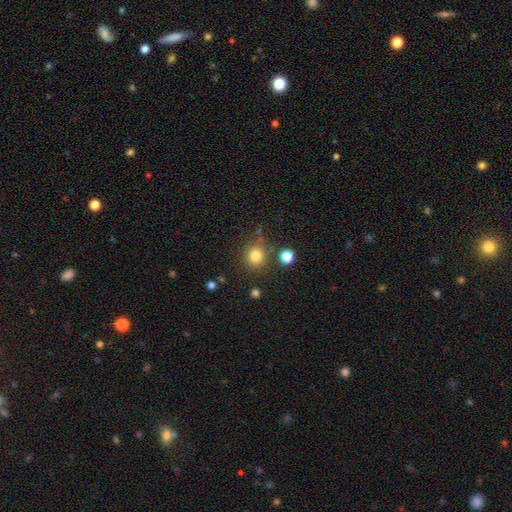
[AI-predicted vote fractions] Smooth or featured: smooth — 81% (star or artifact — 13%)
How rounded: round — 87% (in between — 12%)
Merging: none — 79% (minor disturbance — 10%)